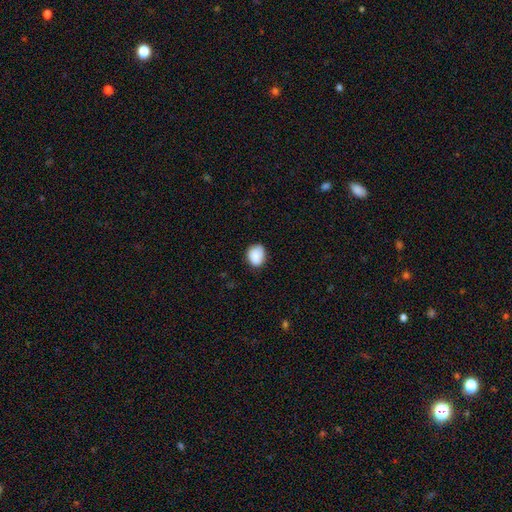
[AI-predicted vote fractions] smooth 86%, star or artifact 8%, featured or disk 6%. Down the decision tree: how rounded — round (56%); merging — none (75%).